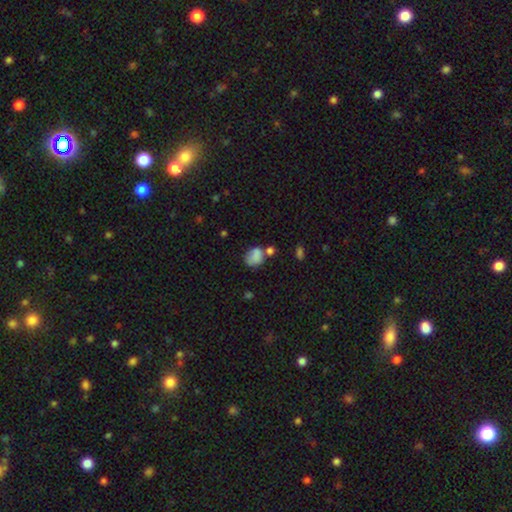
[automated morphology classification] Overall: smooth (79%). How rounded: in between (55%; round 44%). Merging: none (44%; minor disturbance 23%).